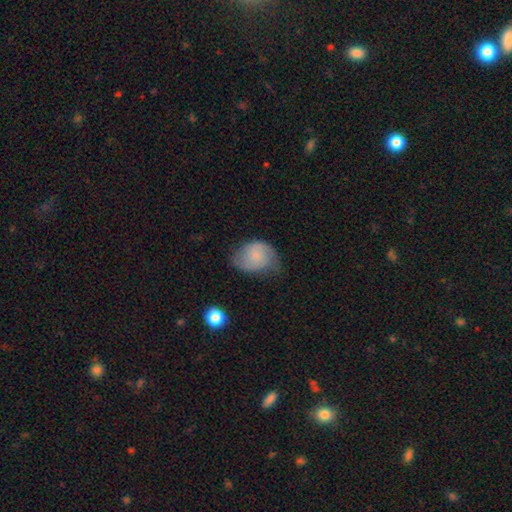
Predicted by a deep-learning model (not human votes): Overall: smooth (56%; featured or disk 36%). How rounded: in between (62%; round 36%). Merging: none (50%; minor disturbance 35%).